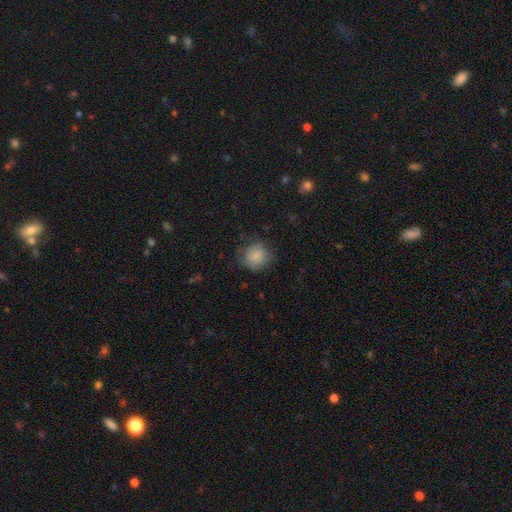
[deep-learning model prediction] smooth_or_featured: smooth (p=0.83) [alt: star or artifact p=0.09]
how_rounded: round (p=0.87) [alt: in between p=0.12]
merging: none (p=0.72) [alt: minor disturbance p=0.19]